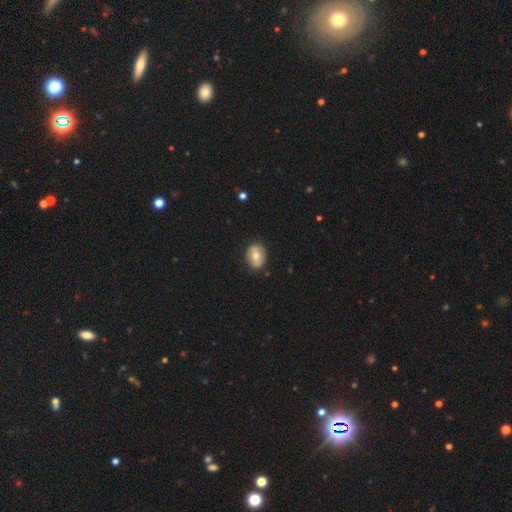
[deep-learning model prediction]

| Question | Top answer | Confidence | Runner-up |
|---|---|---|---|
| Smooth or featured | smooth | 56% | featured or disk (36%) |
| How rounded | in between | 53% | round (46%) |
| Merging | none | 84% | minor disturbance (12%) |